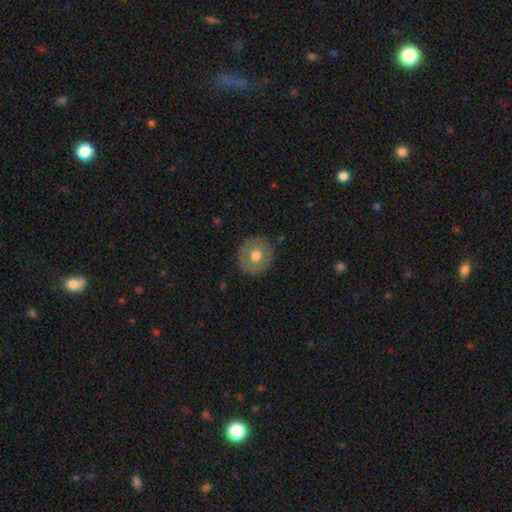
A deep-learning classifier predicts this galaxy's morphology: A smooth galaxy with no disk features (61%) that is round (85%). Merging: none (87%).